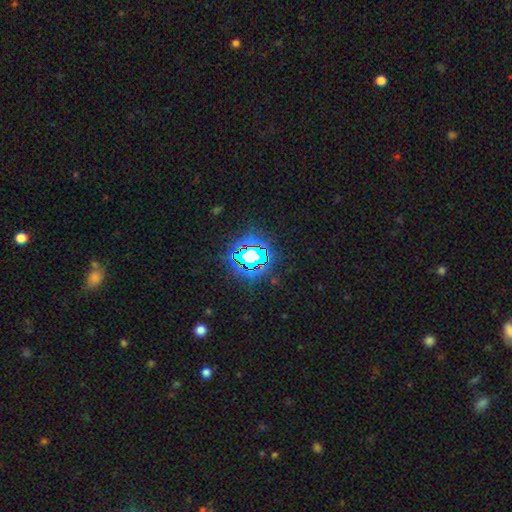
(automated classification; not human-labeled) star or artifact 80%, smooth 13%, featured or disk 7%.